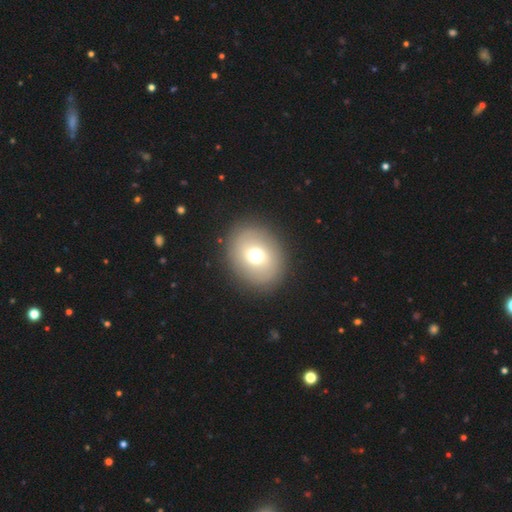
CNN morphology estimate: Q: Smooth or featured?
A: smooth (65%); runner-up: featured or disk (23%)
Q: How rounded?
A: round (63%); runner-up: in between (36%)
Q: Merging?
A: none (88%); runner-up: minor disturbance (7%)